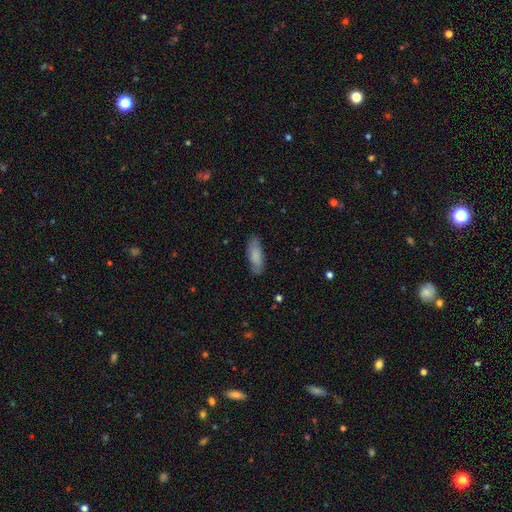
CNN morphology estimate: Q: Smooth or featured?
A: smooth (80%); runner-up: featured or disk (14%)
Q: How rounded?
A: in between (71%); runner-up: cigar-shaped (27%)
Q: Merging?
A: none (78%); runner-up: minor disturbance (17%)